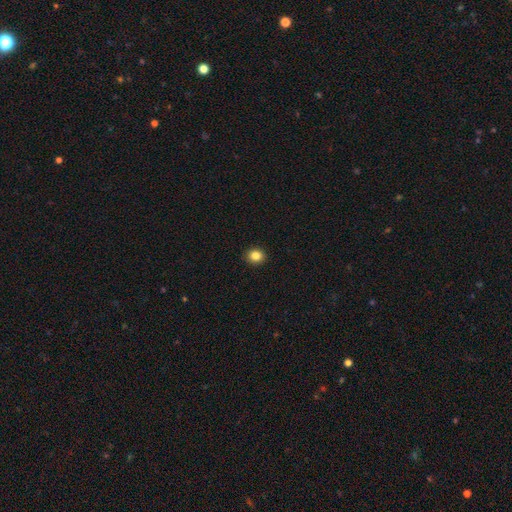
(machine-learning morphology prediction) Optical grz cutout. It shows a smooth galaxy with no disk features (84%) that is round (71%). Merging: none (92%).